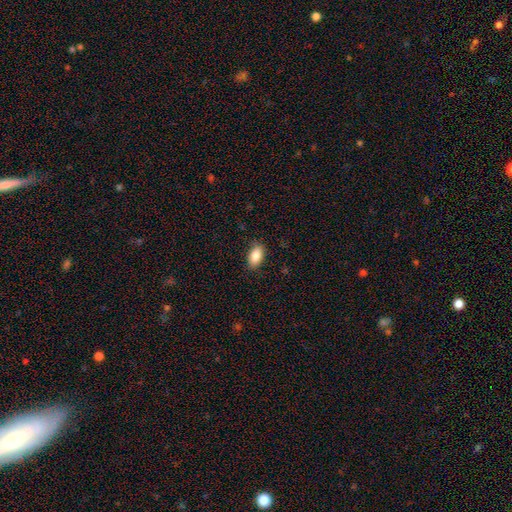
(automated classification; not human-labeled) A smooth galaxy with no disk features (87%) that is in between round and cigar-shaped (92%).

Vote fractions:
- Smooth or featured? smooth: 87% / star or artifact: 7% / featured or disk: 6%
- How rounded? in between: 92% / round: 5% / cigar-shaped: 3%
- Merging? none: 84% / minor disturbance: 12% / major disturbance: 3% / merger: 1%